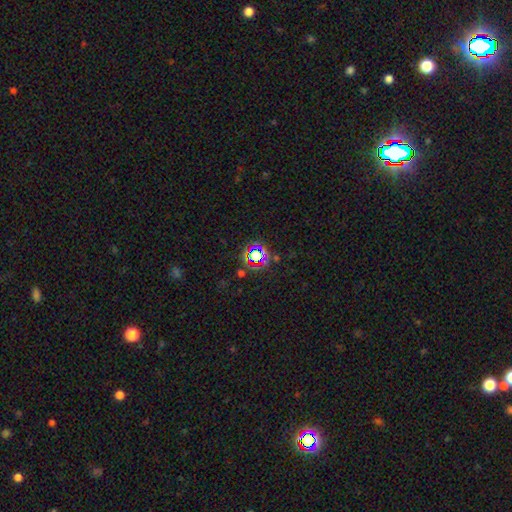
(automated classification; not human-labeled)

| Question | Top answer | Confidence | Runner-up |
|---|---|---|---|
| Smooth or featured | star or artifact | 69% | smooth (21%) |